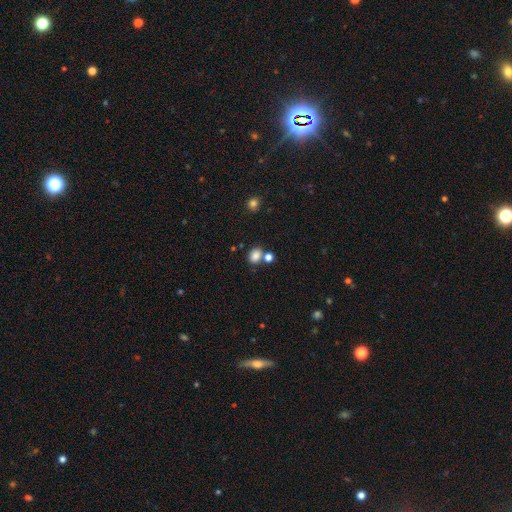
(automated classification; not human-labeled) The model was most divided on "how rounded": in between: 55%, round: 44%, cigar-shaped: 1%. More confident: smooth or featured — smooth (82%); merging — none (62%).